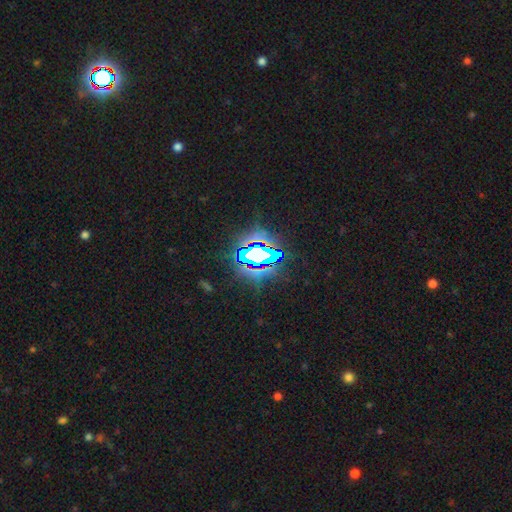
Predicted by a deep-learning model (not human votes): smooth-or-featured: star or artifact: 76% | smooth: 12% | featured or disk: 12%